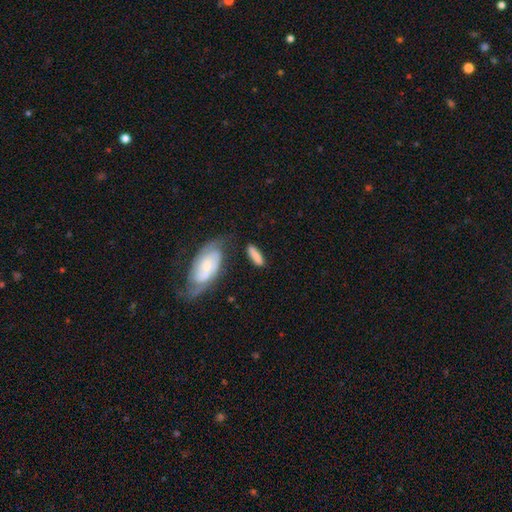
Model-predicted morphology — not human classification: This is likely a smooth galaxy (74%). How rounded: possibly cigar-shaped (51%). Merging: likely none (61%).